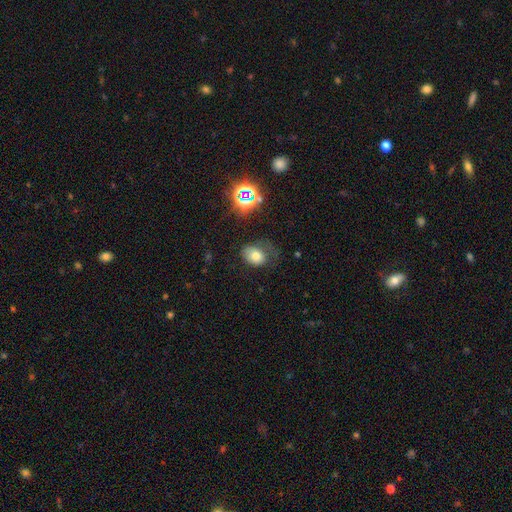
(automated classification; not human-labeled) smooth_or_featured: smooth (p=0.71) [alt: star or artifact p=0.16]
how_rounded: in between (p=0.72) [alt: round p=0.27]
merging: none (p=0.45) [alt: minor disturbance p=0.29]